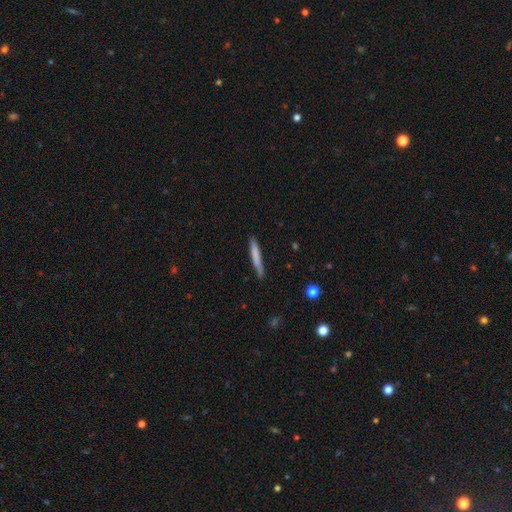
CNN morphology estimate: This is likely a smooth galaxy (73%). How rounded: clearly cigar-shaped (95%). Merging: clearly none (83%).